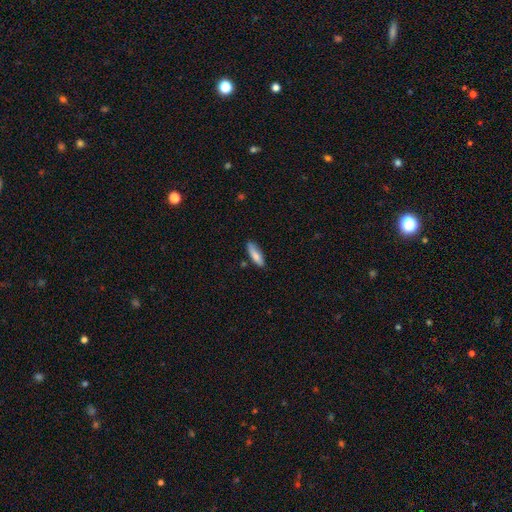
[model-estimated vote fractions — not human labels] A smooth galaxy with no disk features (79%) that is cigar-shaped (54%). Merging: none (78%).